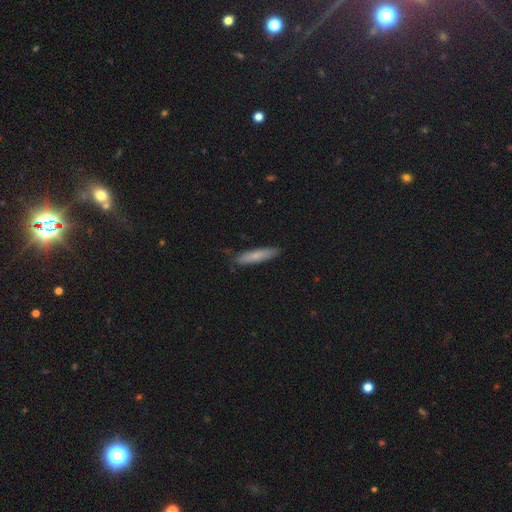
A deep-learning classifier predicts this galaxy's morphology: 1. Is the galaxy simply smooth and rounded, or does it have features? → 74% smooth, 20% featured or disk, 6% star or artifact.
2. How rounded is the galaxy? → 82% cigar-shaped, 17% in between, 2% round.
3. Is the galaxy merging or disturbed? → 84% none, 13% minor disturbance, 2% major disturbance, 1% merger.